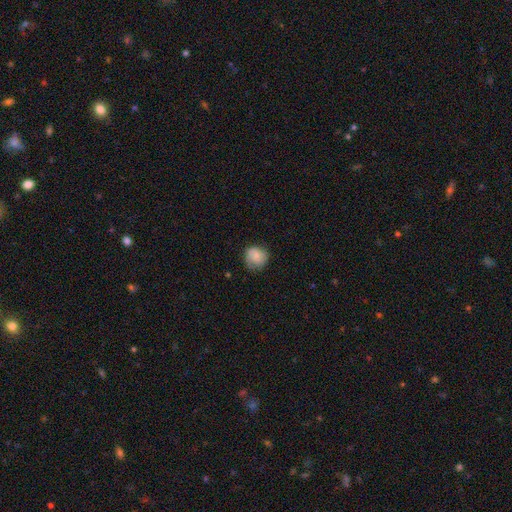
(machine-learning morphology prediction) A smooth galaxy with no disk features (63%) that is round (83%). Merging: none (65%).